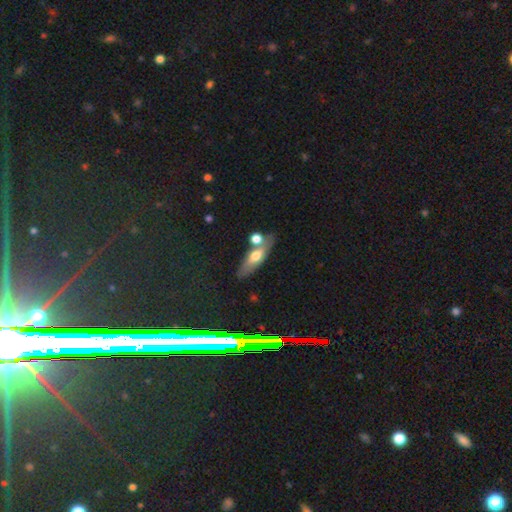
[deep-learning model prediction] Q: Smooth or featured?
A: smooth (51%); runner-up: featured or disk (39%)
Q: How rounded?
A: in between (51%); runner-up: cigar-shaped (44%)
Q: Merging?
A: none (60%); runner-up: merger (22%)